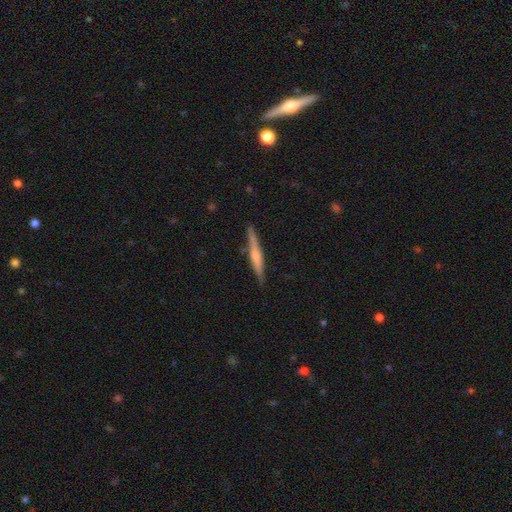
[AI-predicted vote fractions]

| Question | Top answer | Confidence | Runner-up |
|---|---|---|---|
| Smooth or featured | featured or disk | 53% | smooth (41%) |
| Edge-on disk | yes | 97% | no (3%) |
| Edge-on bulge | rounded | 50% | none (27%) |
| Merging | none | 86% | minor disturbance (10%) |